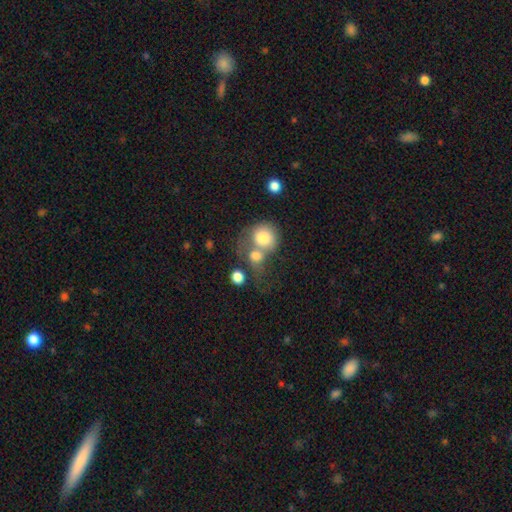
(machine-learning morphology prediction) Smooth or featured?
  - smooth: 76% *
  - featured or disk: 15%
  - star or artifact: 9%
How rounded?
  - round: 74% *
  - in between: 24%
  - cigar-shaped: 1%
Merging?
  - merger: 59% *
  - none: 23%
  - major disturbance: 9%
  - minor disturbance: 9%